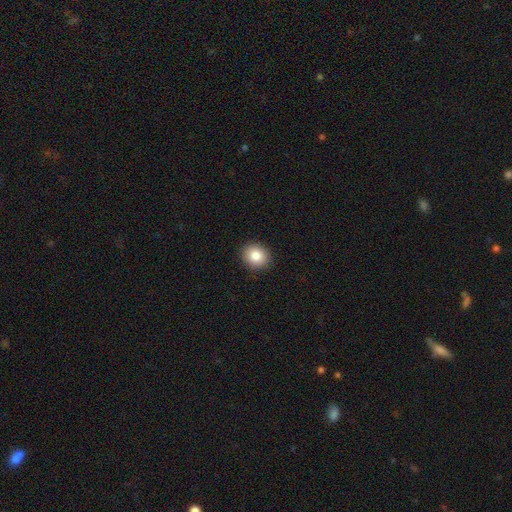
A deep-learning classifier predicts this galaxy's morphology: Smooth or featured?
  - smooth: 85% *
  - star or artifact: 9%
  - featured or disk: 7%
How rounded?
  - round: 74% *
  - in between: 25%
  - cigar-shaped: 1%
Merging?
  - none: 91% *
  - minor disturbance: 6%
  - major disturbance: 2%
  - merger: 1%